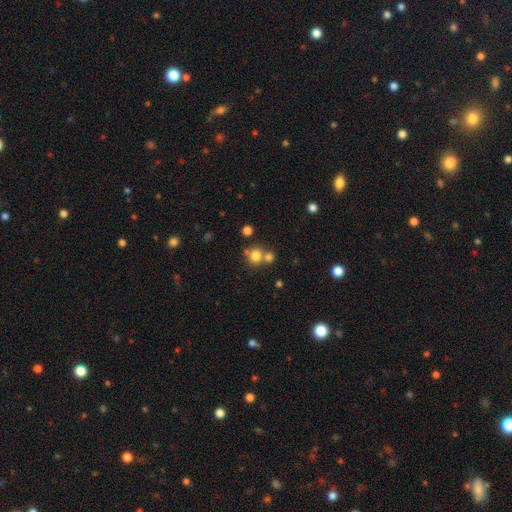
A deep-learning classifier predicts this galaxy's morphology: type=smooth (77%); roundness=round (86%); merging=none (54%).